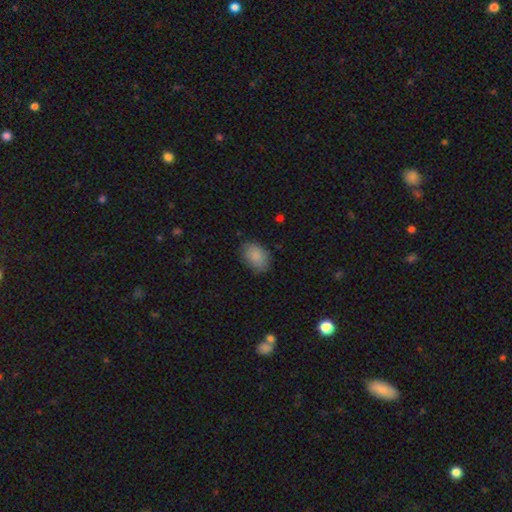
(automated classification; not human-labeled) A smooth galaxy with no disk features (86%) that is in between round and cigar-shaped (81%). Merging: none (80%).